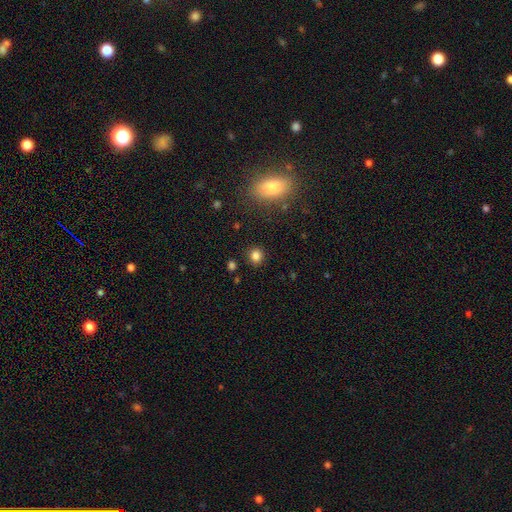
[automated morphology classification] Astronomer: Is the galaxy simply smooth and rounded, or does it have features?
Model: smooth — 83%.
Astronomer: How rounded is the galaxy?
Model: round — 82%.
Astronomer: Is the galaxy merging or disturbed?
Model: none — 89%.